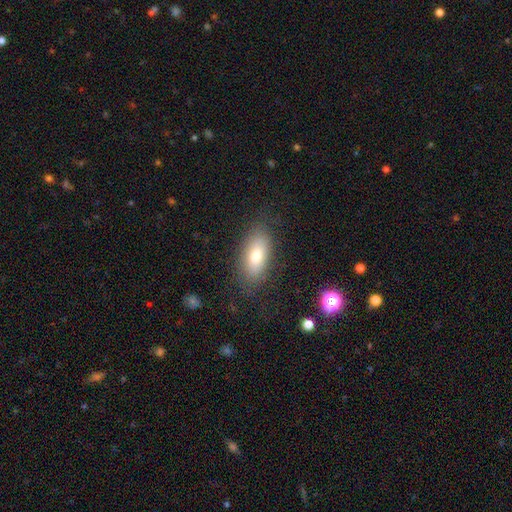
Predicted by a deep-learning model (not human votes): Overall: smooth (74%). How rounded: in between (85%). Merging: none (81%).